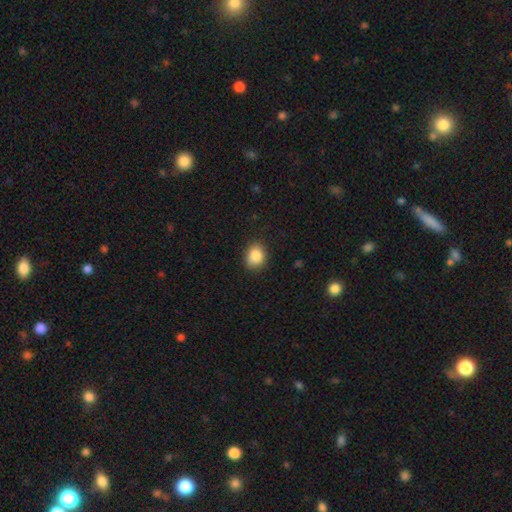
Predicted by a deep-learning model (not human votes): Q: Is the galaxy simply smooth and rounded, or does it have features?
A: smooth — 86%.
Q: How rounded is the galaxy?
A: round — 56%.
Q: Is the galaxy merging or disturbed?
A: none — 84%.